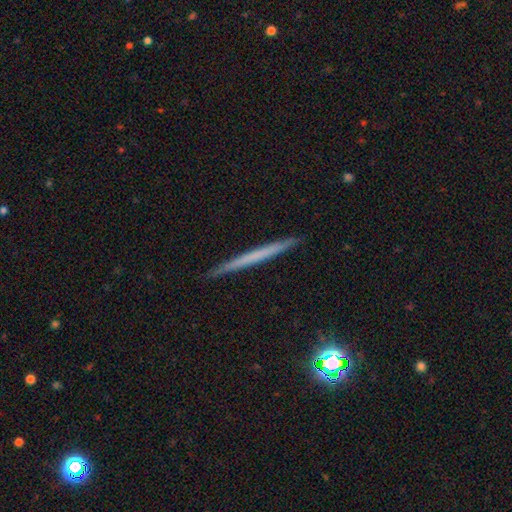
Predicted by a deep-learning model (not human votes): Overall: smooth (47%; featured or disk 46%). Merging: none (91%).